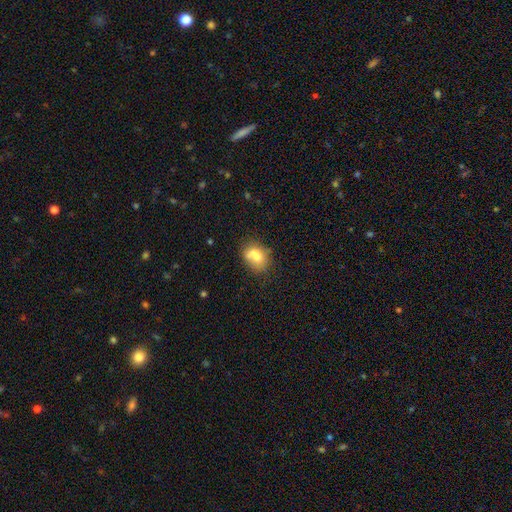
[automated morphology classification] Q: Smooth or featured?
A: smooth (67%); runner-up: featured or disk (22%)
Q: How rounded?
A: in between (53%); runner-up: round (46%)
Q: Merging?
A: none (38%); runner-up: merger (37%)